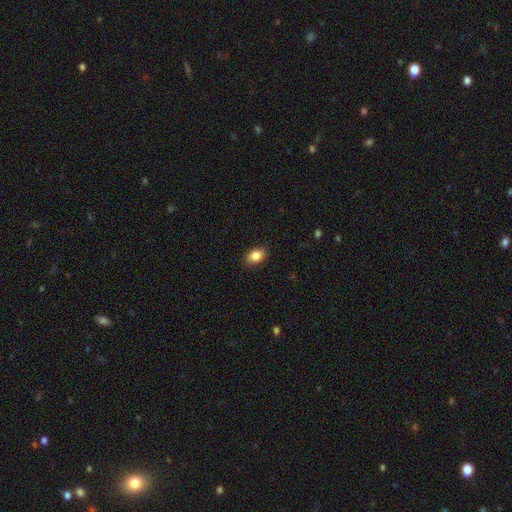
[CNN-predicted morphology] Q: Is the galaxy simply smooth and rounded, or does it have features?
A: smooth — 86%.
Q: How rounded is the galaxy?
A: in between — 82%.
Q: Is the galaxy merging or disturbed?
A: none — 87%.